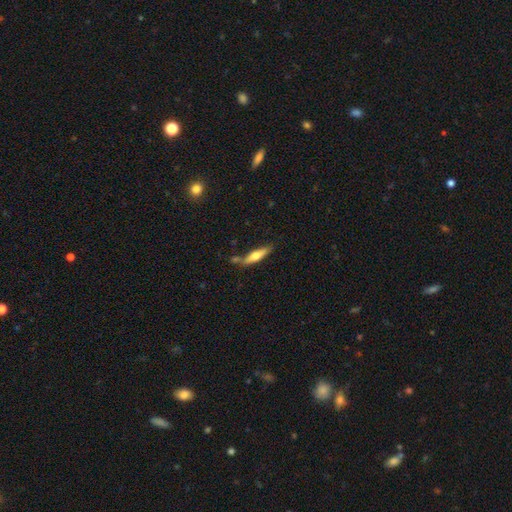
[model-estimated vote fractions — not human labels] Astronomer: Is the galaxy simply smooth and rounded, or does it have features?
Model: smooth — 51% (runner-up: featured or disk, 43%).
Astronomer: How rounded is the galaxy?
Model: cigar-shaped — 75%.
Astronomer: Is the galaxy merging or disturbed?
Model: none — 69%.